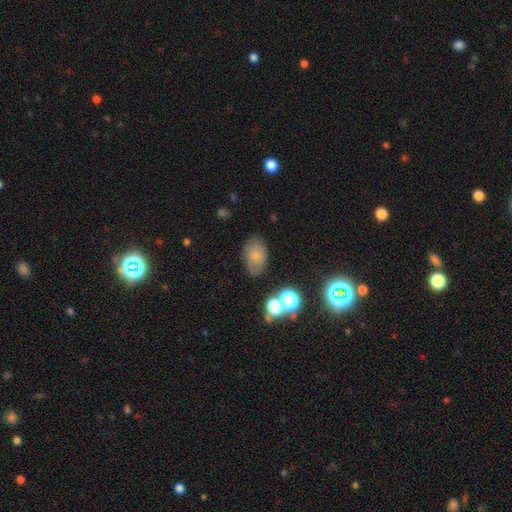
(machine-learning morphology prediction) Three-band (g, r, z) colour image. It shows a smooth galaxy with no disk features (69%) that is in between round and cigar-shaped (83%). Merging: none (70%).